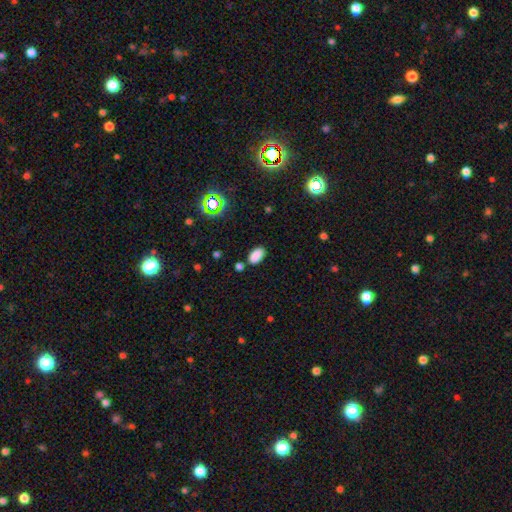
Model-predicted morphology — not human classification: smooth_or_featured: smooth (p=0.85) [alt: star or artifact p=0.11]
how_rounded: in between (p=0.93) [alt: round p=0.05]
merging: none (p=0.82) [alt: minor disturbance p=0.11]